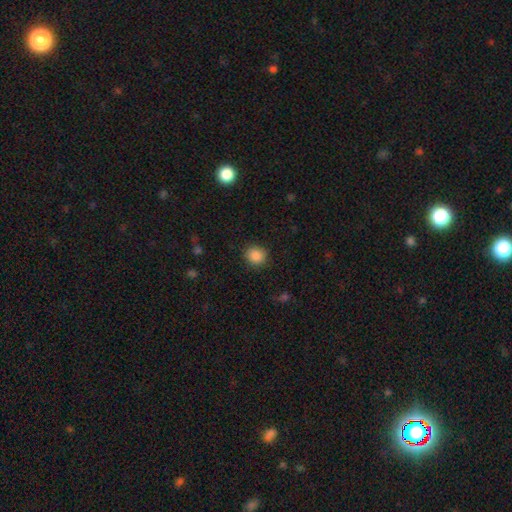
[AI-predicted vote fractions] Smooth or featured?
  - smooth: 87% *
  - star or artifact: 10%
  - featured or disk: 3%
How rounded?
  - round: 87% *
  - in between: 12%
  - cigar-shaped: 1%
Merging?
  - none: 88% *
  - minor disturbance: 8%
  - major disturbance: 3%
  - merger: 1%